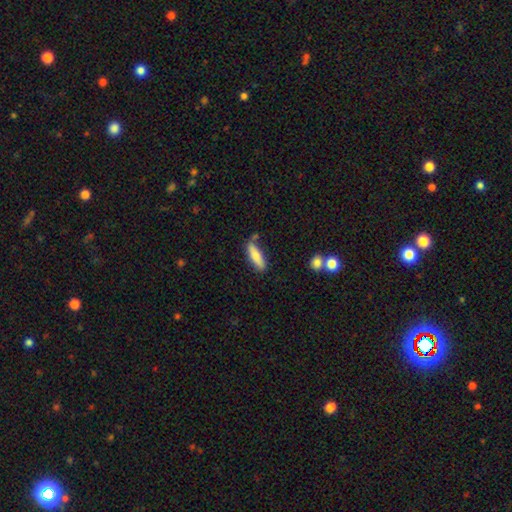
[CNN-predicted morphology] Smooth or featured? smooth (75%)
How rounded? cigar-shaped (61%)
Merging? none (72%)